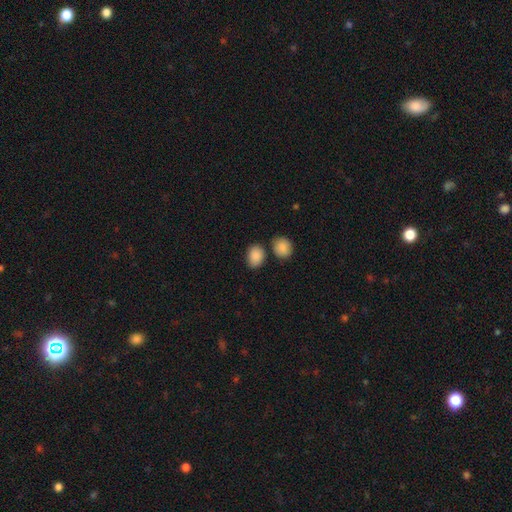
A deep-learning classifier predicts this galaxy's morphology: This is clearly a smooth galaxy (88%). How rounded: likely in between (70%). Merging: likely none (72%).